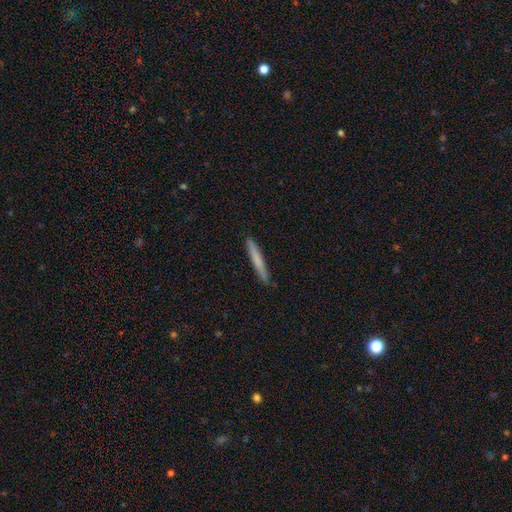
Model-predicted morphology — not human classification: Overall: smooth (68%). How rounded: cigar-shaped (96%). Merging: none (91%).